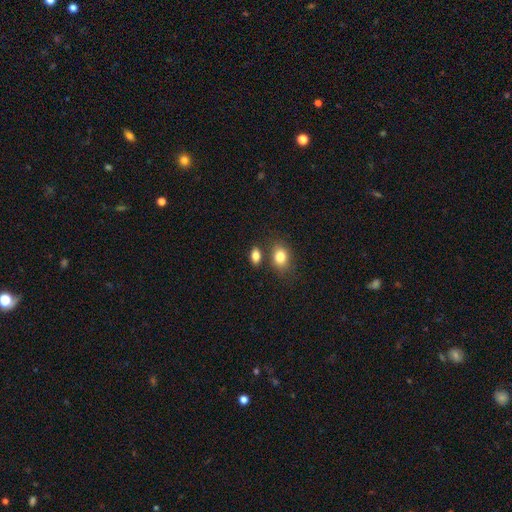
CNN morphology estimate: This appears to be a smooth galaxy with no disk features (82%) that is in between round and cigar-shaped (80%). Merging: none (68%).